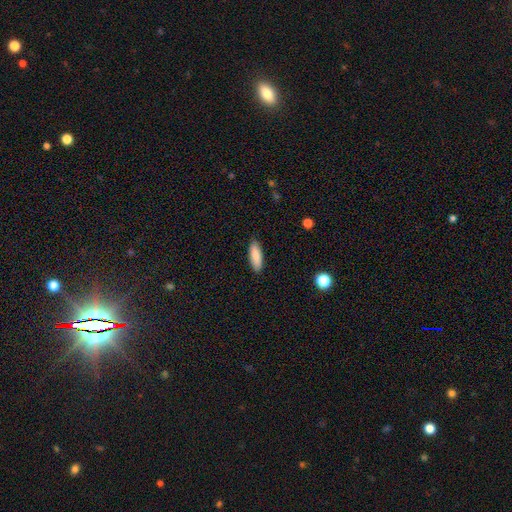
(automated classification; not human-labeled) Smooth or featured: smooth — 86% (featured or disk — 8%)
How rounded: in between — 57% (cigar-shaped — 41%)
Merging: none — 89% (minor disturbance — 9%)